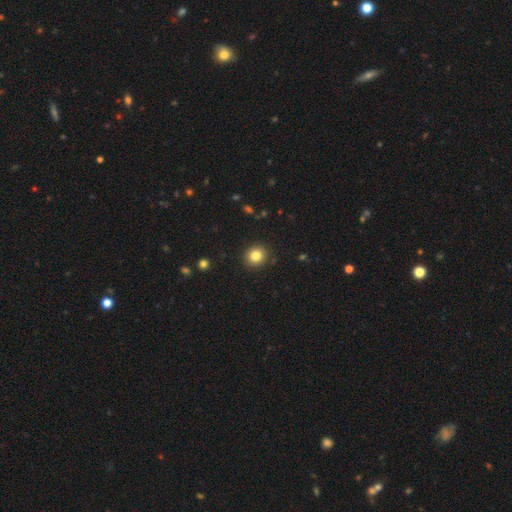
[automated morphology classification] This is clearly a smooth galaxy (83%). How rounded: clearly round (87%). Merging: clearly none (90%).